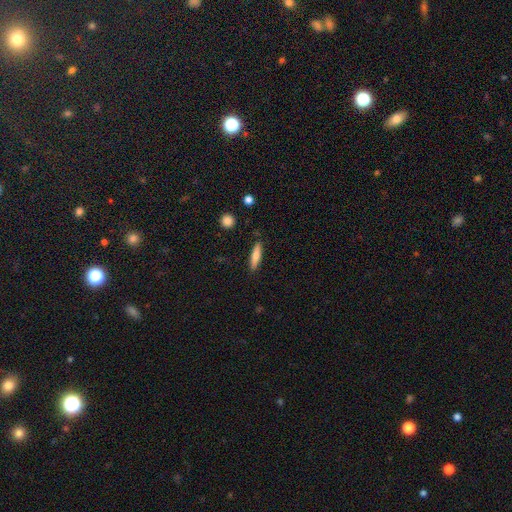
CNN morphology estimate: A smooth galaxy with no disk features (71%) that is cigar-shaped (79%). Merging: none (88%).